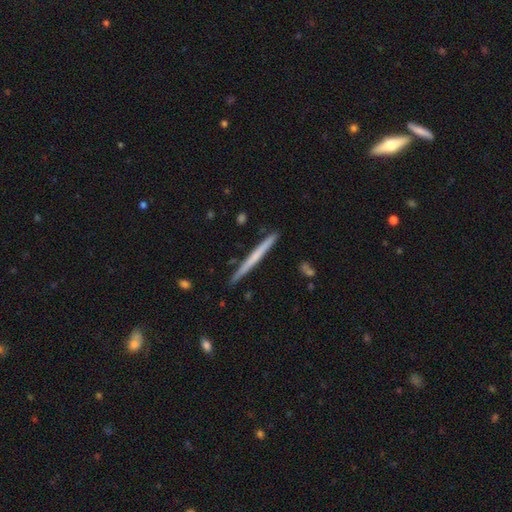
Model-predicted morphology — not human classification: This is possibly a featured or disk galaxy (48%). Merging: clearly none (90%).